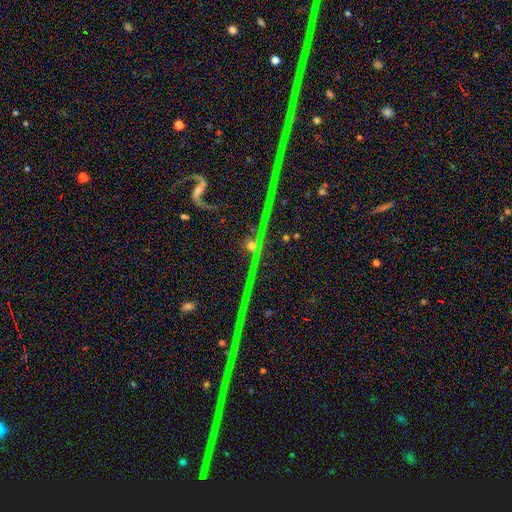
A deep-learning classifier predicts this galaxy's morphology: Smooth or featured: star or artifact — 86% (featured or disk — 8%)